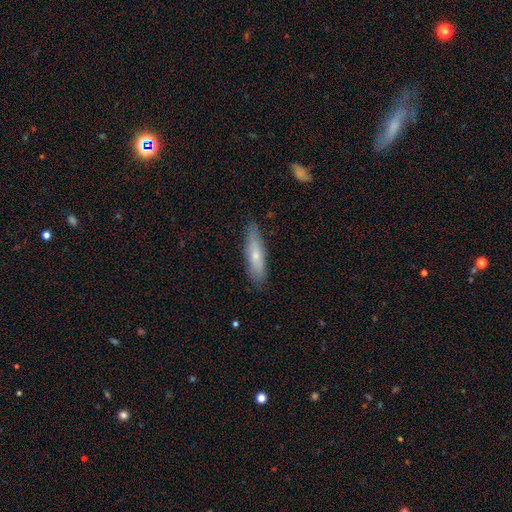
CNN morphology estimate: Q: Smooth or featured?
A: smooth (61%); runner-up: featured or disk (33%)
Q: How rounded?
A: cigar-shaped (69%); runner-up: in between (29%)
Q: Merging?
A: none (80%); runner-up: minor disturbance (16%)